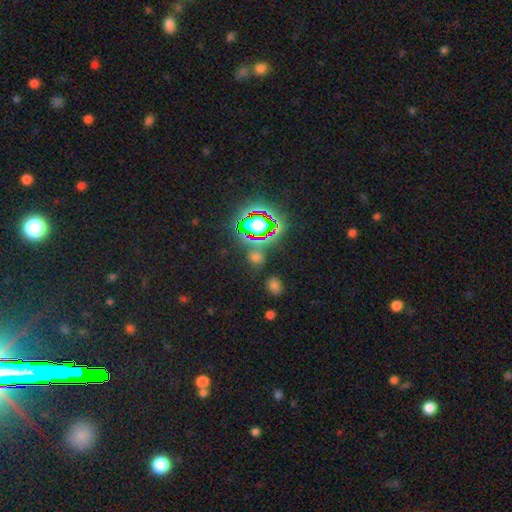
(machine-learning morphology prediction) Smooth or featured? star or artifact (65%)